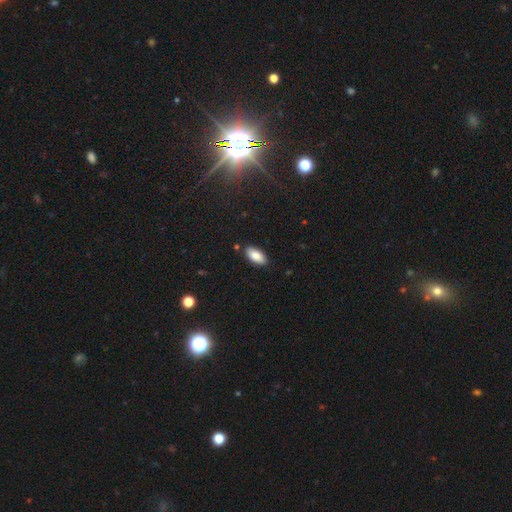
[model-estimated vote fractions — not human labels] smooth 85%, featured or disk 8%, star or artifact 7%. Down the decision tree: how rounded — in between (90%); merging — none (87%).